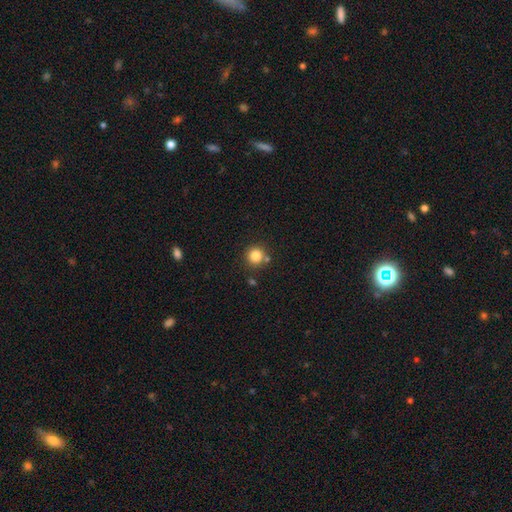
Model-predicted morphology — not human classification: smooth_or_featured: smooth (p=0.83) [alt: star or artifact p=0.11]
how_rounded: round (p=0.93) [alt: in between p=0.06]
merging: none (p=0.78) [alt: merger p=0.10]